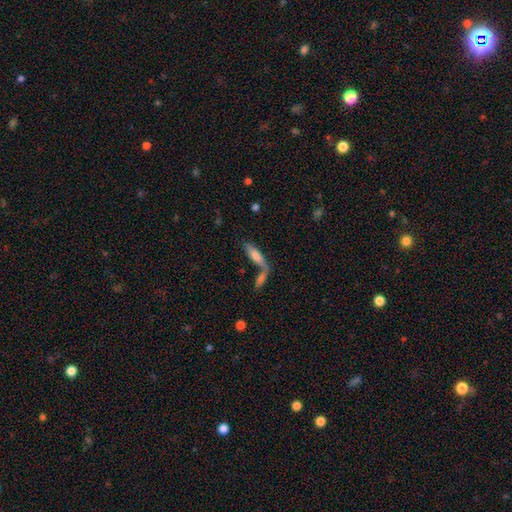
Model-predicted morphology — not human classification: smooth_or_featured: smooth (p=0.65) [alt: featured or disk p=0.27]
how_rounded: cigar-shaped (p=0.58) [alt: in between p=0.39]
merging: merger (p=0.45) [alt: none p=0.39]